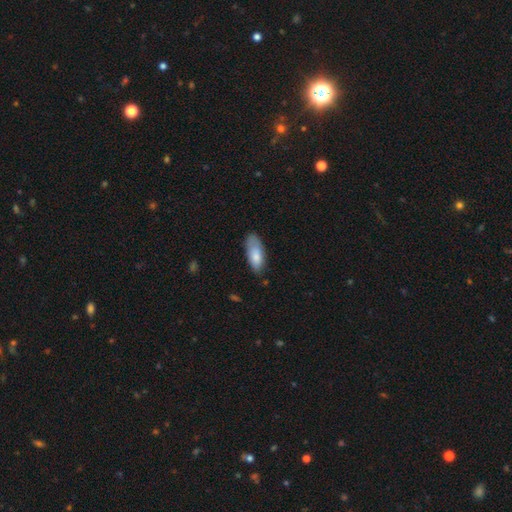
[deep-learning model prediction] smooth-or-featured: smooth: 81% | featured or disk: 13% | star or artifact: 6%
  how-rounded: in between: 79% | cigar-shaped: 19% | round: 2%
  merging: none: 61% | minor disturbance: 30% | major disturbance: 7% | merger: 2%